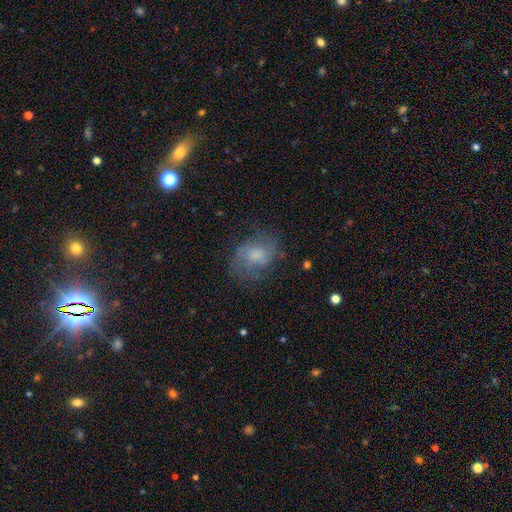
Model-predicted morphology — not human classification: This appears to be a featured or disk galaxy (53%) with no bar (65%), spiral arms (78%) and a moderate central bulge (41%). Merging: none (61%).